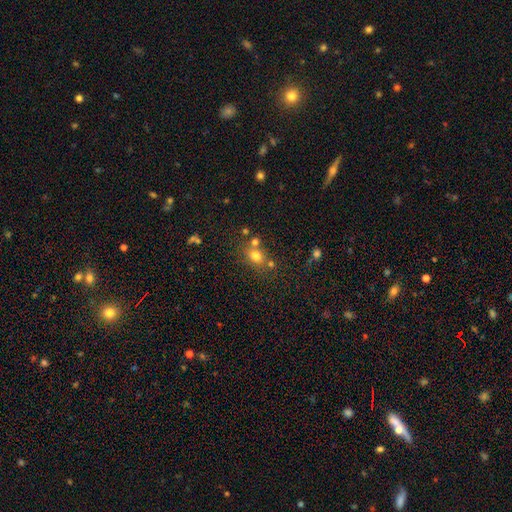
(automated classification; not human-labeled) Morphology: type=smooth (74%); roundness=round (55%); merging=none (62%).